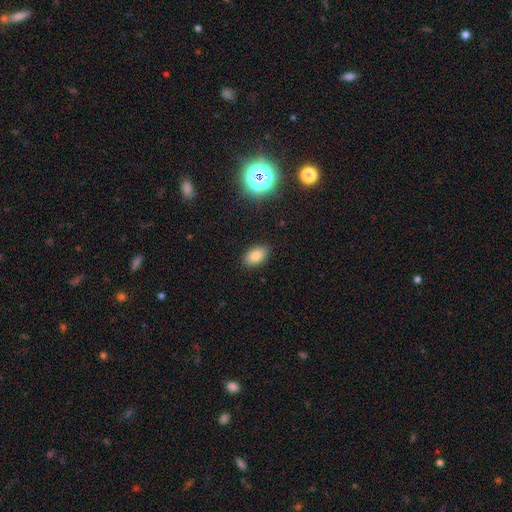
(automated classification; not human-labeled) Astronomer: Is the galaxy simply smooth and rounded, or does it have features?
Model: smooth — 82%.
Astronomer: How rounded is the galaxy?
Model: in between — 91%.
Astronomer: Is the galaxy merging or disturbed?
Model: none — 87%.